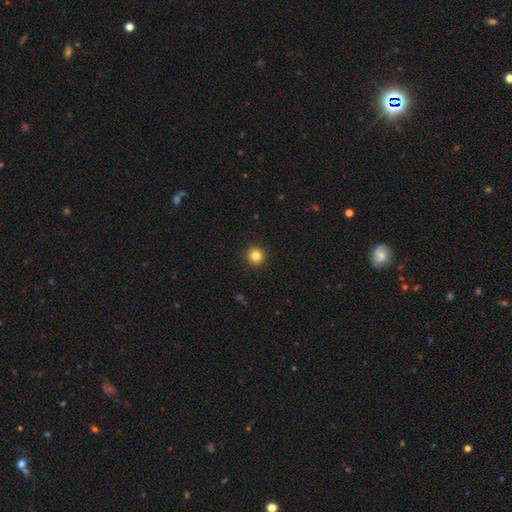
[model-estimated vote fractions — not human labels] This is clearly a smooth galaxy (83%). How rounded: clearly round (95%). Merging: clearly none (93%).